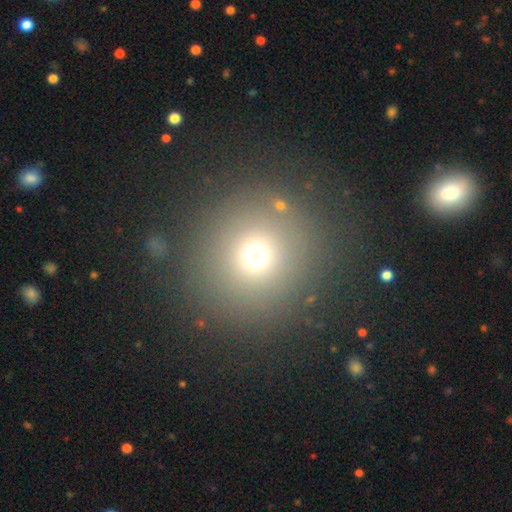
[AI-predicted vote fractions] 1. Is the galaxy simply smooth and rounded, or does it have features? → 68% smooth, 24% star or artifact, 8% featured or disk.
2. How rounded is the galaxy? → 92% round, 7% in between, 1% cigar-shaped.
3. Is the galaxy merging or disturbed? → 85% none, 7% minor disturbance, 5% major disturbance, 4% merger.